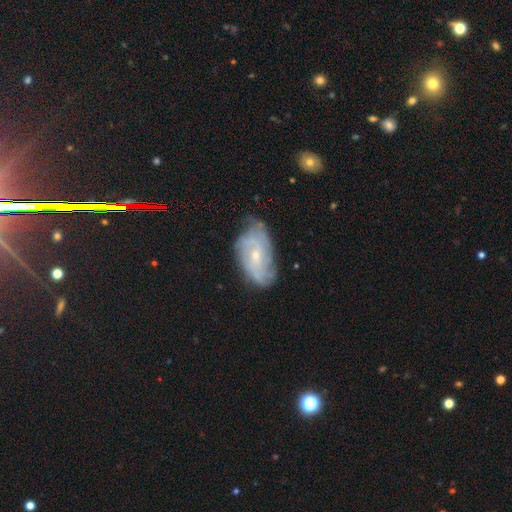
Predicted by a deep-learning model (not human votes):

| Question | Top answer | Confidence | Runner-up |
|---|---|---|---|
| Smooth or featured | featured or disk | 74% | smooth (17%) |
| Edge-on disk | no | 94% | yes (6%) |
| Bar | no | 57% | weak (36%) |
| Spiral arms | yes | 91% | no (9%) |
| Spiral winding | tight | 54% | medium (33%) |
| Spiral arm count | can't tell | 44% | 2 (18%) |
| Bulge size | small | 68% | moderate (28%) |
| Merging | none | 66% | minor disturbance (25%) |